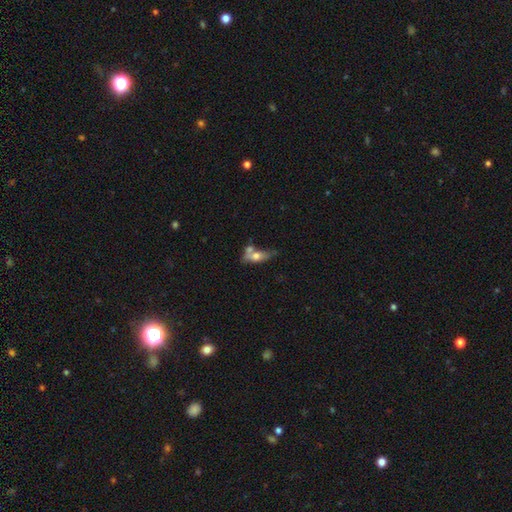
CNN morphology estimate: A smooth galaxy with no disk features (57%) that is in between round and cigar-shaped (66%). Merging: none (38%).